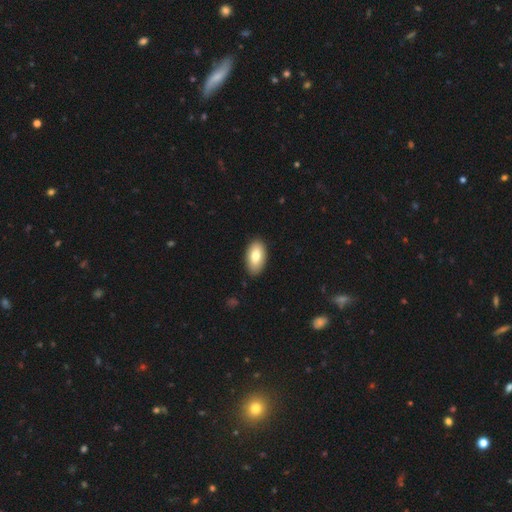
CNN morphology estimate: Smooth or featured?
  - smooth: 80% *
  - featured or disk: 14%
  - star or artifact: 6%
How rounded?
  - in between: 94% *
  - round: 3%
  - cigar-shaped: 2%
Merging?
  - none: 88% *
  - minor disturbance: 9%
  - major disturbance: 2%
  - merger: 1%